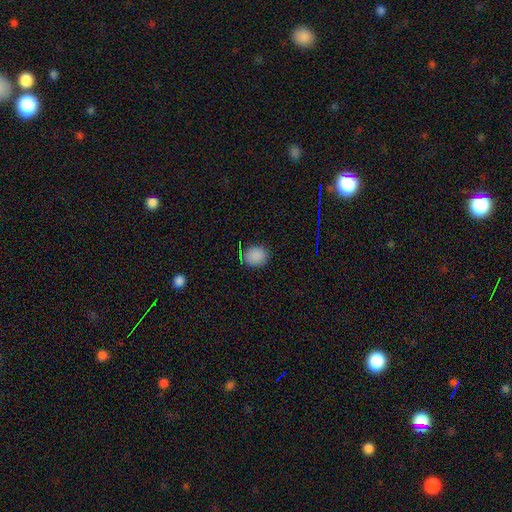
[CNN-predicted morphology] smooth-or-featured: smooth: 84% | star or artifact: 12% | featured or disk: 4%
  how-rounded: round: 58% | in between: 41% | cigar-shaped: 1%
  merging: none: 85% | minor disturbance: 12% | major disturbance: 3% | merger: 1%